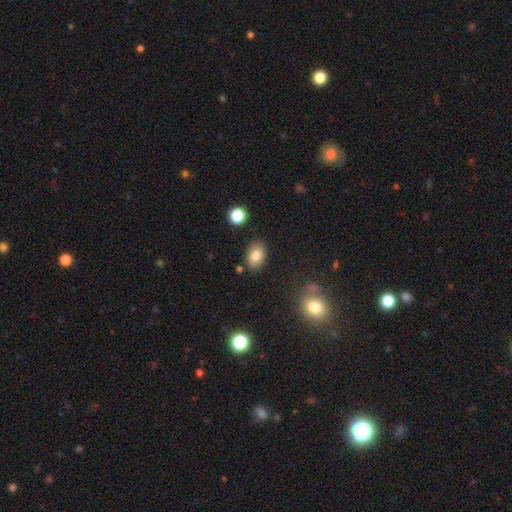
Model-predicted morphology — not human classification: Smooth or featured?
  - smooth: 83% *
  - star or artifact: 9%
  - featured or disk: 8%
How rounded?
  - in between: 84% *
  - round: 14%
  - cigar-shaped: 1%
Merging?
  - none: 83% *
  - minor disturbance: 11%
  - merger: 3%
  - major disturbance: 3%